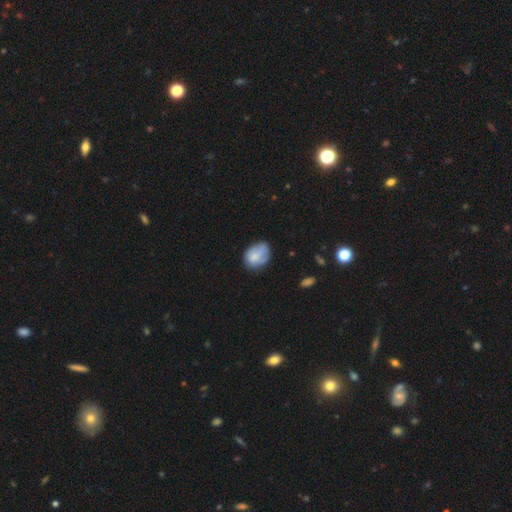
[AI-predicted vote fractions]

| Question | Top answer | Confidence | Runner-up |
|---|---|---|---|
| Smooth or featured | smooth | 75% | featured or disk (18%) |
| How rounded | in between | 66% | round (33%) |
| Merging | none | 52% | minor disturbance (34%) |